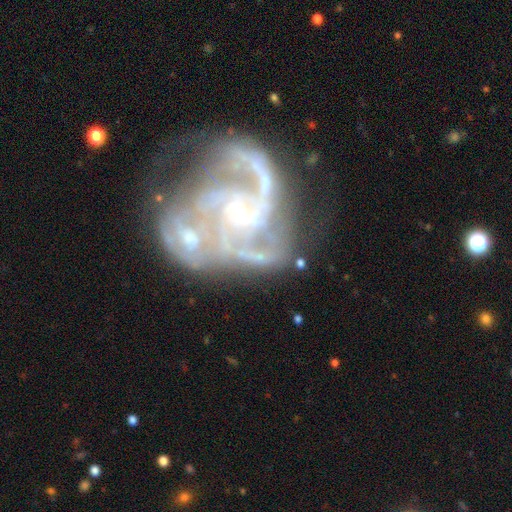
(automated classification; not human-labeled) This appears to be a featured or disk galaxy (84%) with no bar (47%), 3 (25%) medium (45%) spiral arms (89%) and a small central bulge (55%). Merging: merger (52%).